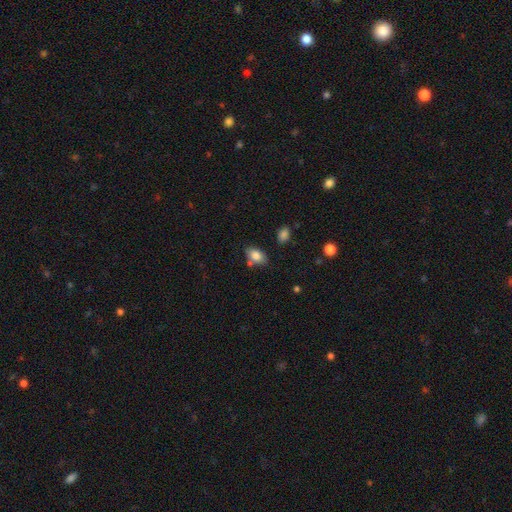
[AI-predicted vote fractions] A smooth galaxy with no disk features (83%) that is in between round and cigar-shaped (89%).

Vote fractions:
- Smooth or featured? smooth: 83% / featured or disk: 9% / star or artifact: 8%
- How rounded? in between: 89% / round: 9% / cigar-shaped: 2%
- Merging? none: 71% / minor disturbance: 15% / merger: 10% / major disturbance: 4%